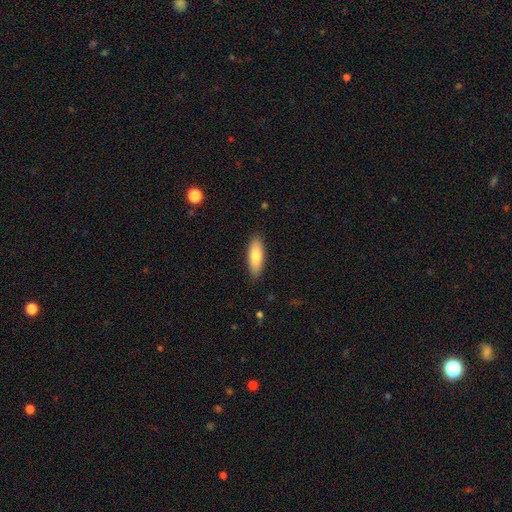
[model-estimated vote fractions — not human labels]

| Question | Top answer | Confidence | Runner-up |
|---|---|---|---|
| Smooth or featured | smooth | 80% | featured or disk (14%) |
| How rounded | in between | 63% | cigar-shaped (35%) |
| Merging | none | 87% | minor disturbance (10%) |